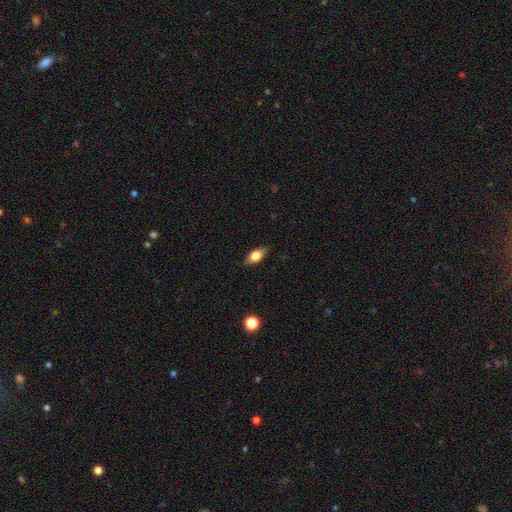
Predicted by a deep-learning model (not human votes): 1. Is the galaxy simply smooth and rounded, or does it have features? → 61% smooth, 30% featured or disk, 8% star or artifact.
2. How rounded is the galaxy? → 78% in between, 14% cigar-shaped, 9% round.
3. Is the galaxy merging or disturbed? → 85% none, 12% minor disturbance, 3% major disturbance, 1% merger.